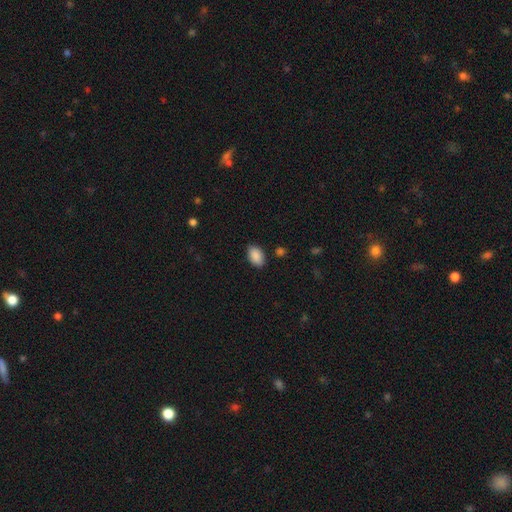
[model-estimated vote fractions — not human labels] smooth 90%, star or artifact 7%, featured or disk 3%. Down the decision tree: how rounded — in between (92%); merging — none (85%).